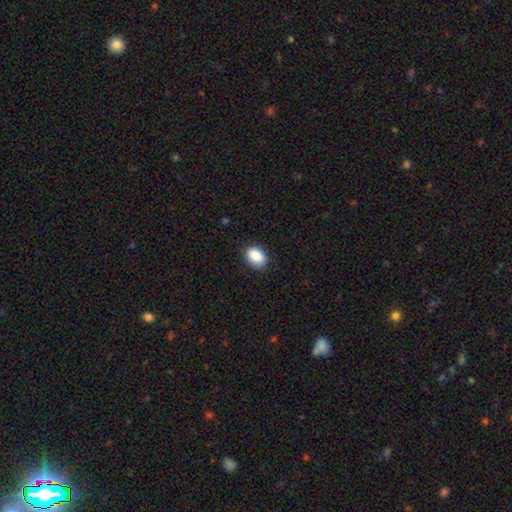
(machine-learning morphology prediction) Q: Smooth or featured?
A: smooth (89%); runner-up: star or artifact (8%)
Q: How rounded?
A: in between (81%); runner-up: round (17%)
Q: Merging?
A: none (85%); runner-up: minor disturbance (12%)